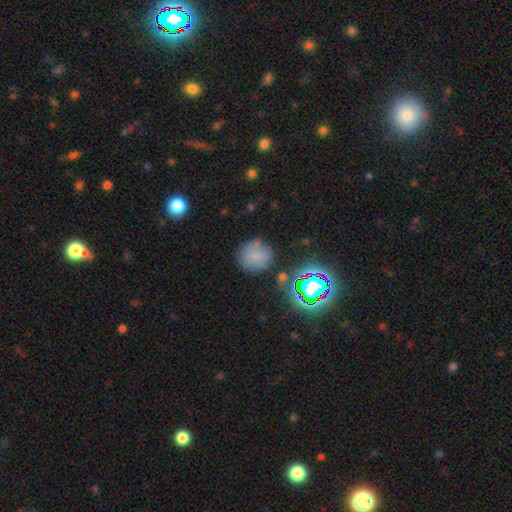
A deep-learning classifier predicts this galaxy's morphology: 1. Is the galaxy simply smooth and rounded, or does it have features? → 70% smooth, 18% star or artifact, 11% featured or disk.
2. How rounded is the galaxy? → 91% round, 8% in between, 1% cigar-shaped.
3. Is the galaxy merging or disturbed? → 73% none, 16% minor disturbance, 6% merger, 5% major disturbance.